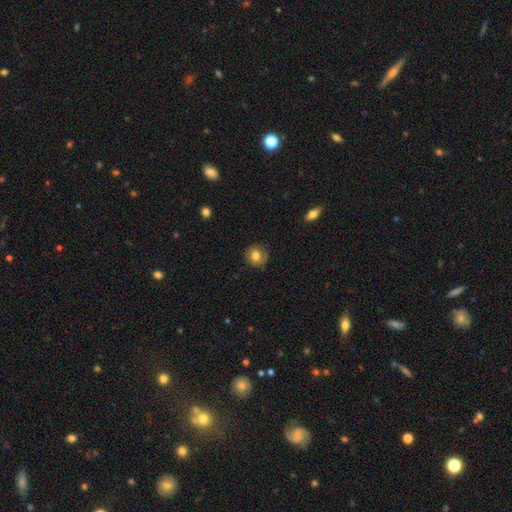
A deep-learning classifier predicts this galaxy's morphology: Smooth or featured? Predicted: smooth (p=0.76). How rounded? Predicted: round (p=0.84). Merging? Predicted: none (p=0.77).